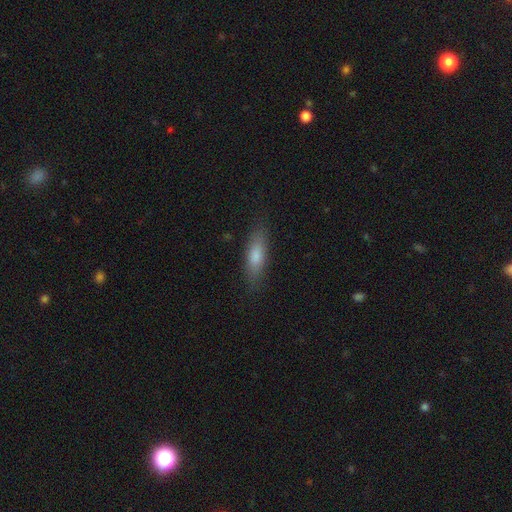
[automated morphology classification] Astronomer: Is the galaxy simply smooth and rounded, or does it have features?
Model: smooth — 73%.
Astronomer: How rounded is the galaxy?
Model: cigar-shaped — 59% (runner-up: in between, 39%).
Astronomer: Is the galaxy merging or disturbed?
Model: none — 84%.